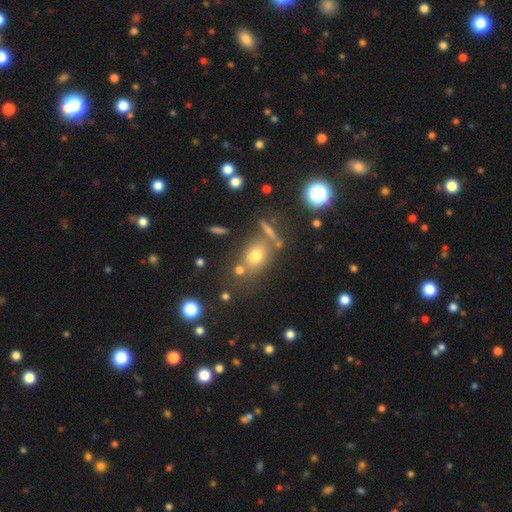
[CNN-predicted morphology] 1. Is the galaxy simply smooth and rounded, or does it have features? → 67% smooth, 18% star or artifact, 16% featured or disk.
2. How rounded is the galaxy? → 51% in between, 46% round, 4% cigar-shaped.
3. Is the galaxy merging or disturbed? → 64% none, 16% merger, 14% minor disturbance, 6% major disturbance.